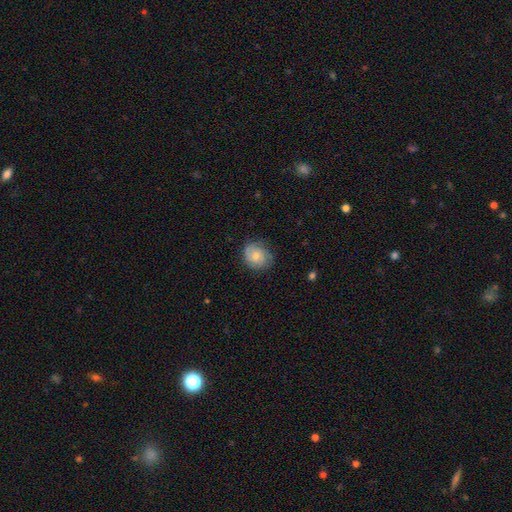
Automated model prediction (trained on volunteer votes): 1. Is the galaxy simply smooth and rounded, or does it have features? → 63% smooth, 29% featured or disk, 7% star or artifact.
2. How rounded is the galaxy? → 70% round, 29% in between, 1% cigar-shaped.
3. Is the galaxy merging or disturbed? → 71% none, 22% minor disturbance, 6% major disturbance, 1% merger.